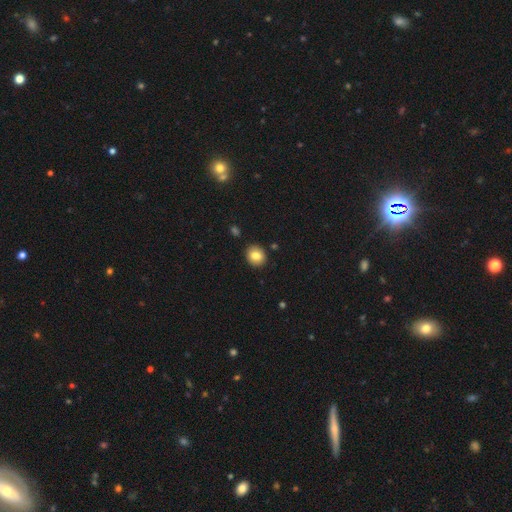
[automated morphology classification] A smooth galaxy with no disk features (83%) that is round (73%).

Vote fractions:
- Smooth or featured? smooth: 83% / star or artifact: 9% / featured or disk: 8%
- How rounded? round: 73% / in between: 26% / cigar-shaped: 1%
- Merging? none: 88% / minor disturbance: 8% / merger: 2% / major disturbance: 2%